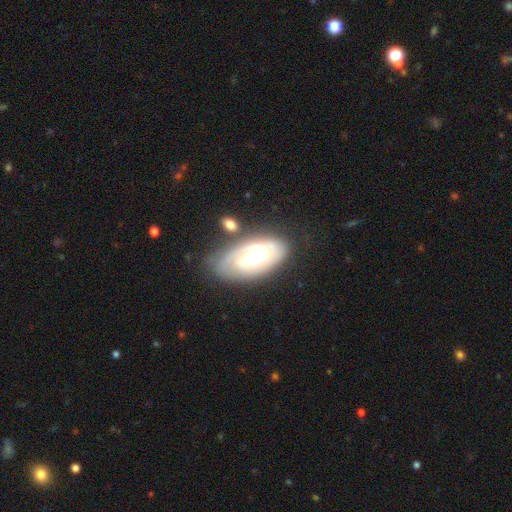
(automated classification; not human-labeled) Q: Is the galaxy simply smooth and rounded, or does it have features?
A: featured or disk — 69%.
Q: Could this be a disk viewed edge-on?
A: no — 92%.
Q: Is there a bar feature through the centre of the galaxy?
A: no — 48%.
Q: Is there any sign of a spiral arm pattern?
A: yes — 81%.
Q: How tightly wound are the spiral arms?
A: tight — 67%.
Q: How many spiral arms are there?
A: can't tell — 41%.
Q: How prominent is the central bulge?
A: moderate — 59%.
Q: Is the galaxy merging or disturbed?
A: none — 63%.